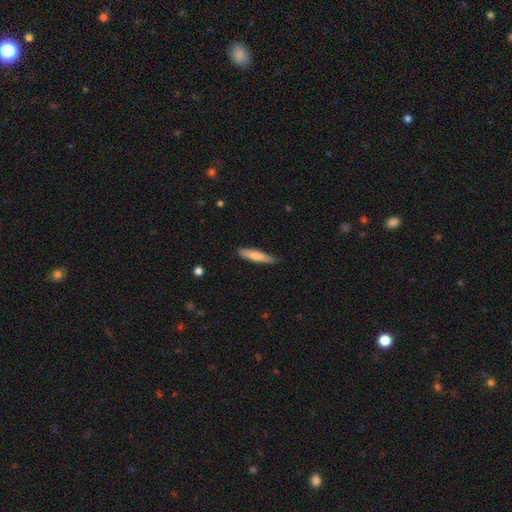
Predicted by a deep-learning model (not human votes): Q: Smooth or featured?
A: smooth (76%); runner-up: featured or disk (19%)
Q: How rounded?
A: cigar-shaped (84%); runner-up: in between (14%)
Q: Merging?
A: none (77%); runner-up: minor disturbance (19%)